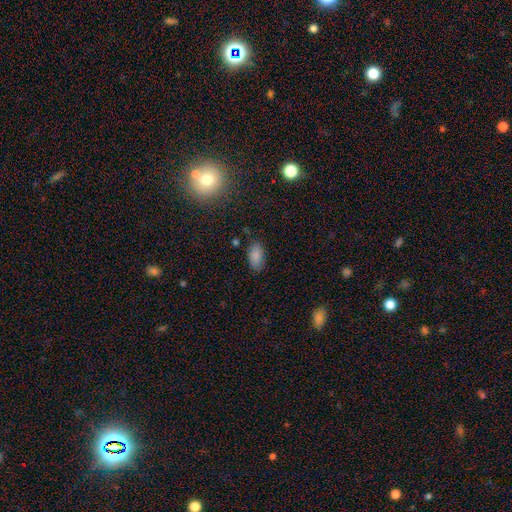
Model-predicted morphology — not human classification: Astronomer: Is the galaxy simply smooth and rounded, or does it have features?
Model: smooth — 86%.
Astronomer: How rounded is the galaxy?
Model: in between — 93%.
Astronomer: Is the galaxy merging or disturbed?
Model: none — 82%.